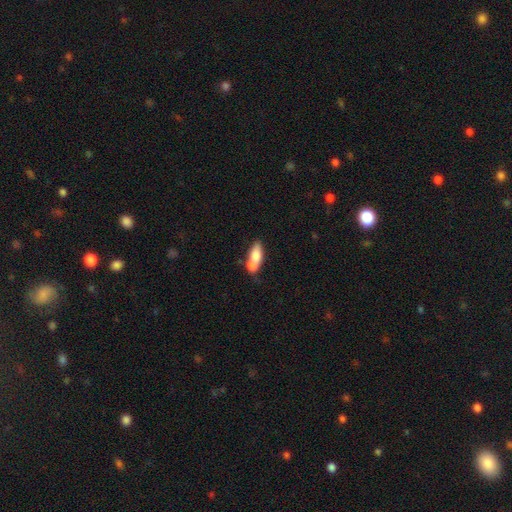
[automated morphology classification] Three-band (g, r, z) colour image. It shows a smooth galaxy with no disk features (69%) that is in between round and cigar-shaped (72%). Merging: merger (55%).